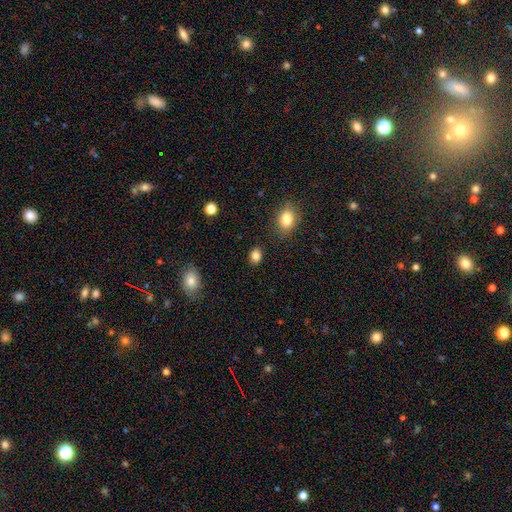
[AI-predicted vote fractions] A smooth galaxy with no disk features (85%) that is in between round and cigar-shaped (57%).

Vote fractions:
- Smooth or featured? smooth: 85% / star or artifact: 10% / featured or disk: 4%
- How rounded? in between: 57% / round: 42% / cigar-shaped: 1%
- Merging? none: 87% / minor disturbance: 9% / major disturbance: 3% / merger: 2%